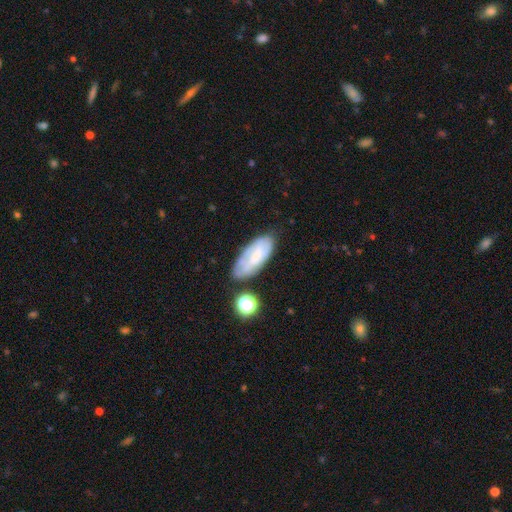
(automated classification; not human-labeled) This is possibly a smooth galaxy (49%). Merging: likely none (63%).